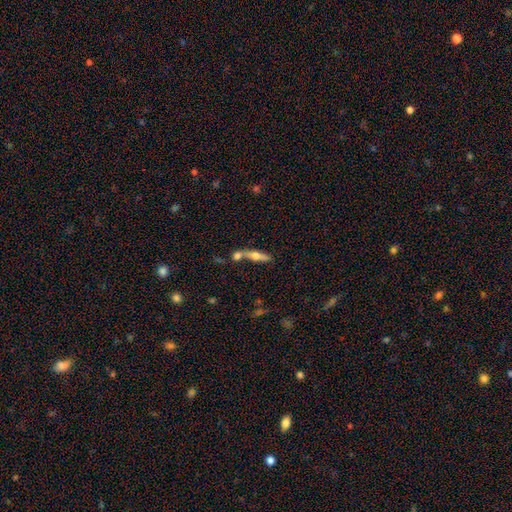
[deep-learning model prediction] This appears to be a smooth galaxy with no disk features (47%). Merging: merger (45%).